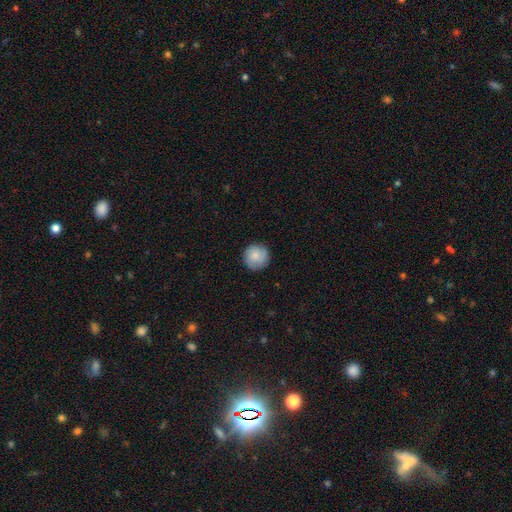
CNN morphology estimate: smooth-or-featured: smooth: 75% | featured or disk: 18% | star or artifact: 7%
  how-rounded: round: 94% | in between: 5% | cigar-shaped: 1%
  merging: none: 85% | minor disturbance: 11% | major disturbance: 2% | merger: 1%